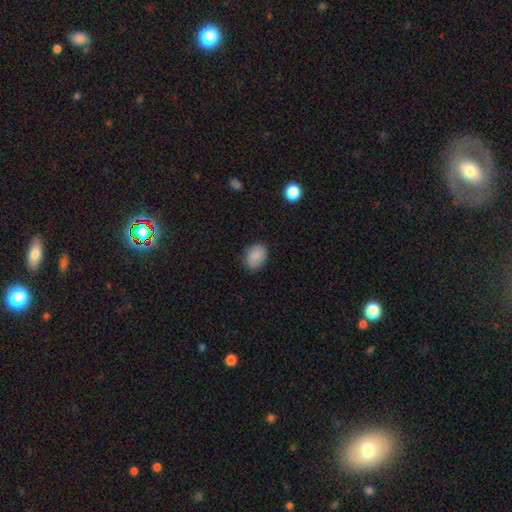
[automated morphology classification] Smooth or featured? smooth (87%)
How rounded? in between (68%)
Merging? none (81%)